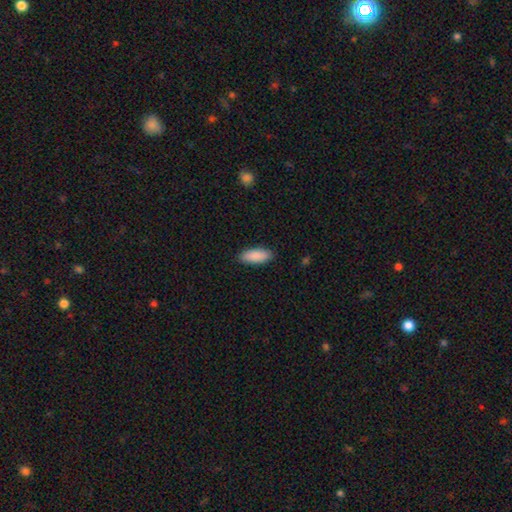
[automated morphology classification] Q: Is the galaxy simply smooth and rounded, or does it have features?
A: smooth — 90%.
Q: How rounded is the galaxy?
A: in between — 83%.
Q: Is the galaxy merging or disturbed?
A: none — 89%.